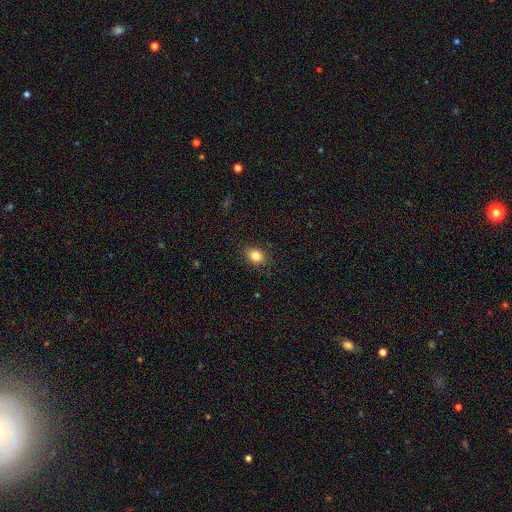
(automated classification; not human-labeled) A smooth galaxy with no disk features (83%) that is in between round and cigar-shaped (56%).

Vote fractions:
- Smooth or featured? smooth: 83% / star or artifact: 10% / featured or disk: 6%
- How rounded? in between: 56% / round: 43% / cigar-shaped: 1%
- Merging? none: 87% / minor disturbance: 10% / major disturbance: 2% / merger: 1%